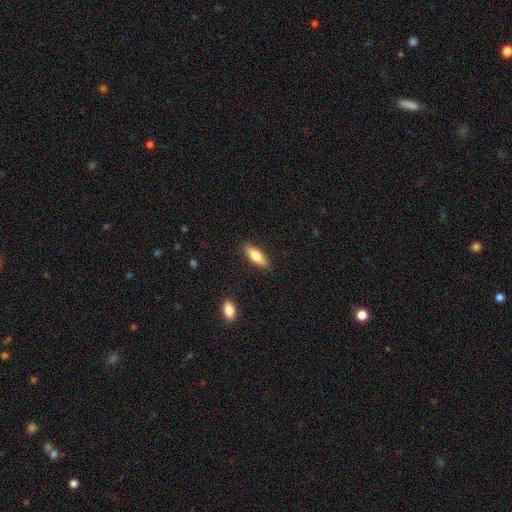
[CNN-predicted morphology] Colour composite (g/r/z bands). It shows a smooth galaxy with no disk features (73%) that is in between round and cigar-shaped (58%). Merging: none (88%).